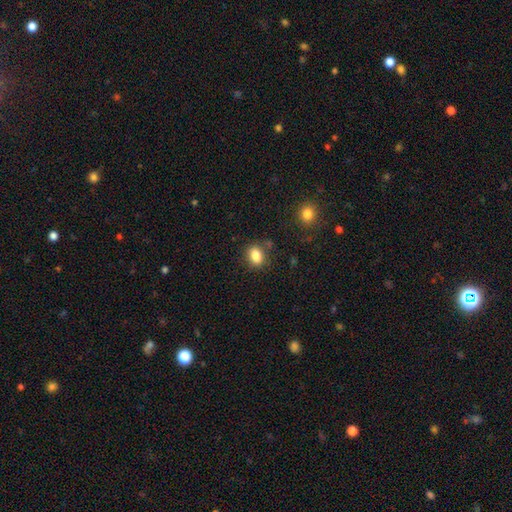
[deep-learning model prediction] The model was most divided on "how rounded": in between: 73%, round: 26%, cigar-shaped: 2%. More confident: smooth or featured — smooth (85%); merging — none (80%).